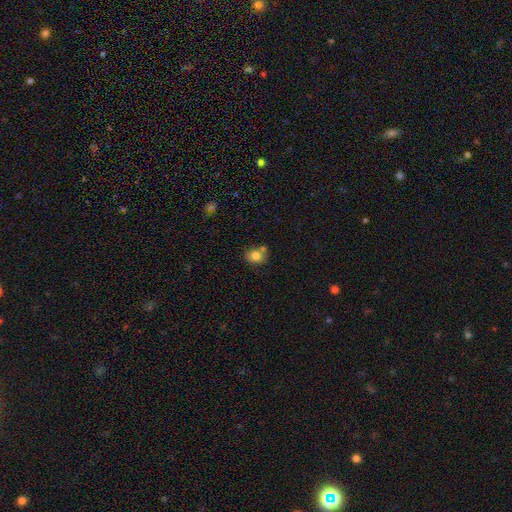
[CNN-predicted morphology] Smooth or featured? smooth (79%)
How rounded? round (68%)
Merging? none (62%)